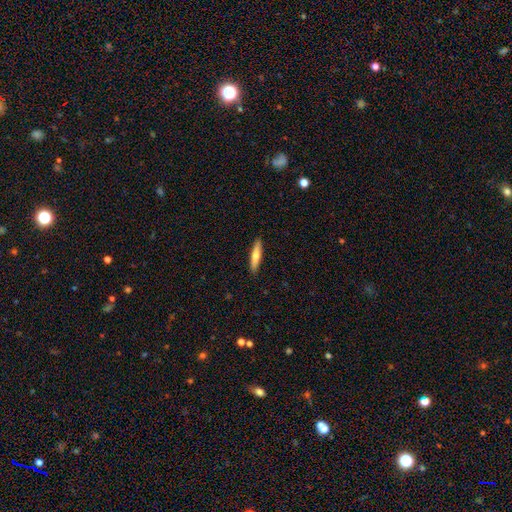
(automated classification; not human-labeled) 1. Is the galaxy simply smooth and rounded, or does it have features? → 62% smooth, 33% featured or disk, 6% star or artifact.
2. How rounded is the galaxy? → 85% cigar-shaped, 14% in between, 2% round.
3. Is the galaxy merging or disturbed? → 91% none, 7% minor disturbance, 1% major disturbance, 1% merger.